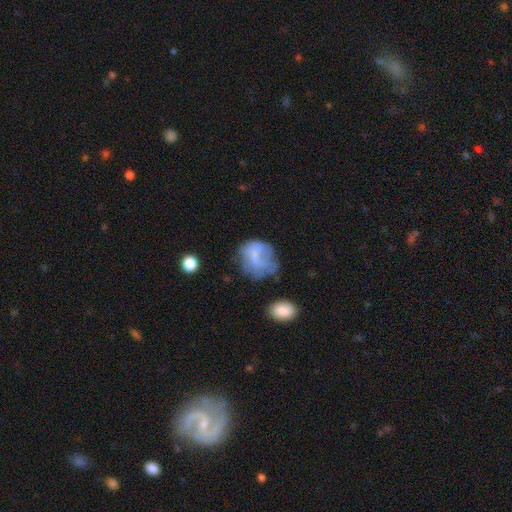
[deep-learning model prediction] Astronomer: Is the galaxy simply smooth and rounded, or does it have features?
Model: smooth — 53% (runner-up: featured or disk, 38%).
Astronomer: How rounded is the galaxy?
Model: round — 65%.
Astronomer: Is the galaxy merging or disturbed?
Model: none — 38% (runner-up: minor disturbance, 28%).